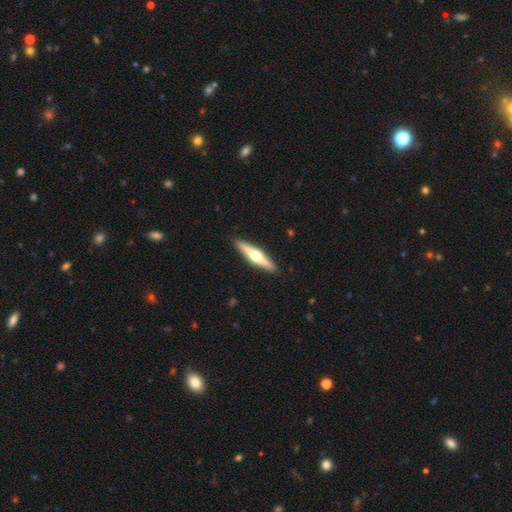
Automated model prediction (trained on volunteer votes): A featured or disk galaxy (63%) viewed edge-on (96%) with a rounded central bulge (96%). Merging: none (92%).